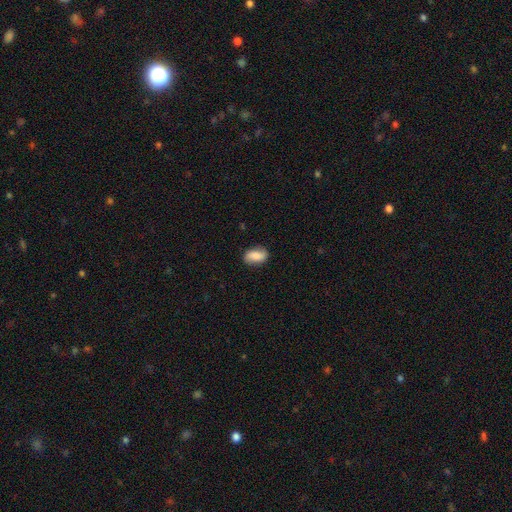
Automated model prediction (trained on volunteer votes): Smooth or featured? smooth (75%)
How rounded? in between (88%)
Merging? none (82%)